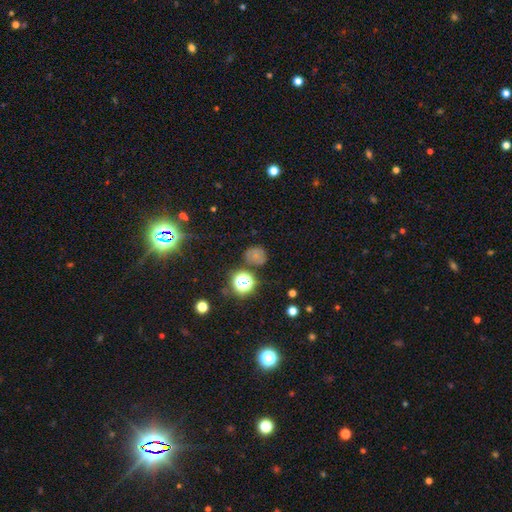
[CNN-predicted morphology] Overall: smooth (62%; star or artifact 27%). How rounded: round (81%). Merging: none (75%).